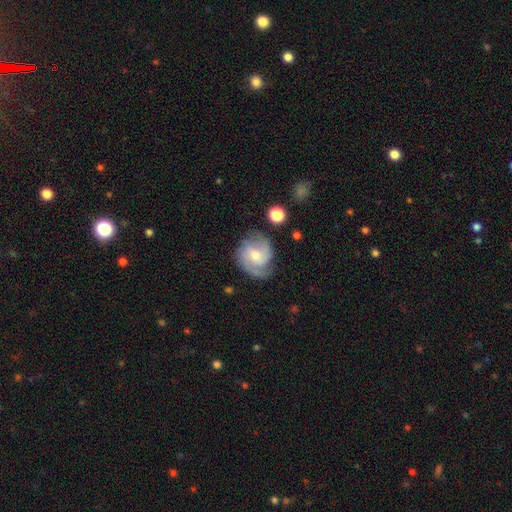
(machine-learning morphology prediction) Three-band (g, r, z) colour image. It shows a featured or disk galaxy (78%) with no bar (46%), 2 (66%) medium (48%) spiral arms (96%) and a moderate central bulge (53%). Merging: none (69%).